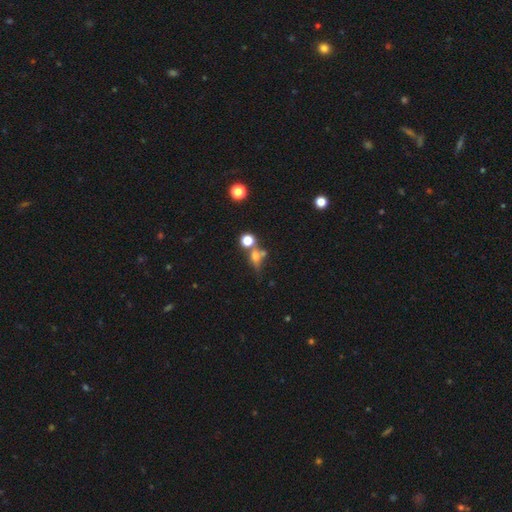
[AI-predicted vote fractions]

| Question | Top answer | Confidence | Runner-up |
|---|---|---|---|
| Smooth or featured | smooth | 61% | star or artifact (20%) |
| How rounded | round | 57% | in between (35%) |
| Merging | none | 44% | merger (32%) |